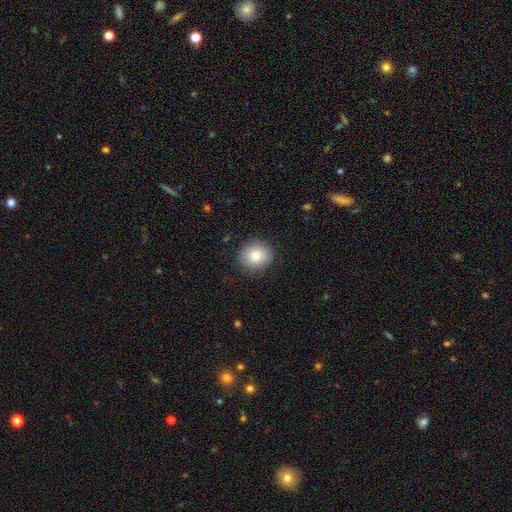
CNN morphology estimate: Smooth or featured? Predicted: smooth (p=0.81). How rounded? Predicted: round (p=0.81). Merging? Predicted: none (p=0.87).